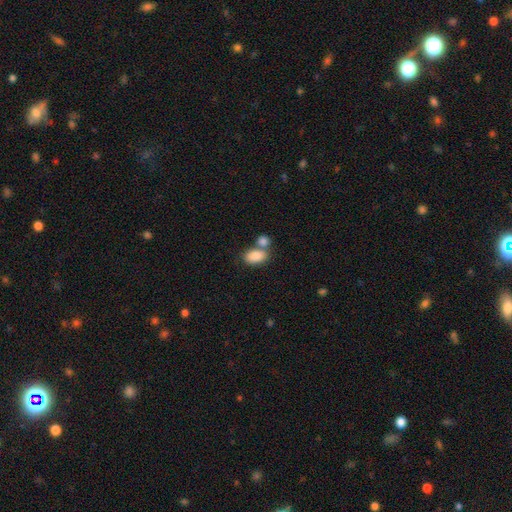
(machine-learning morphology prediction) Q: Smooth or featured?
A: smooth (85%); runner-up: featured or disk (7%)
Q: How rounded?
A: in between (89%); runner-up: round (9%)
Q: Merging?
A: merger (47%); runner-up: none (39%)